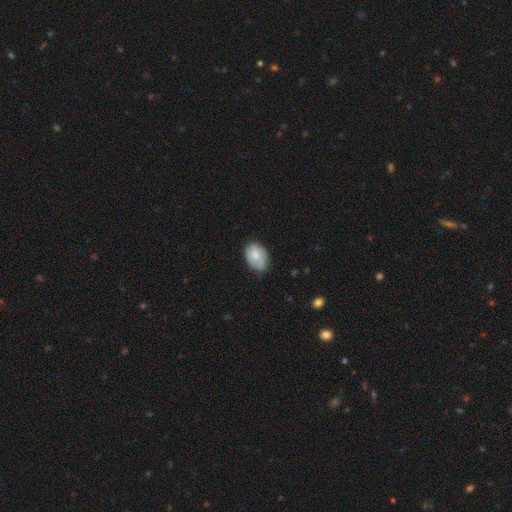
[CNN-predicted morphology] Smooth or featured? Predicted: smooth (p=0.75). How rounded? Predicted: in between (p=0.83). Merging? Predicted: none (p=0.64).